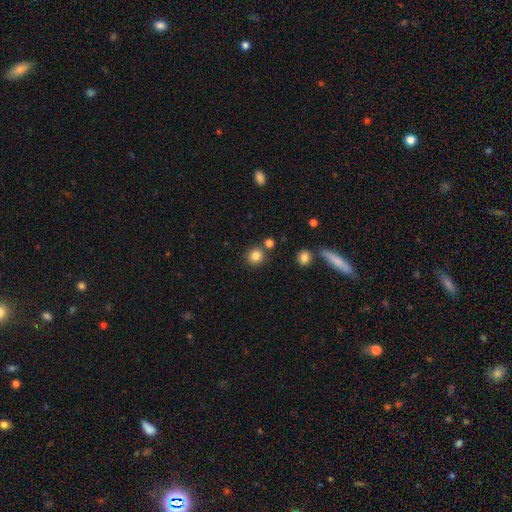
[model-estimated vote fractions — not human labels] Morphology: type=smooth (84%); roundness=round (90%); merging=none (81%).